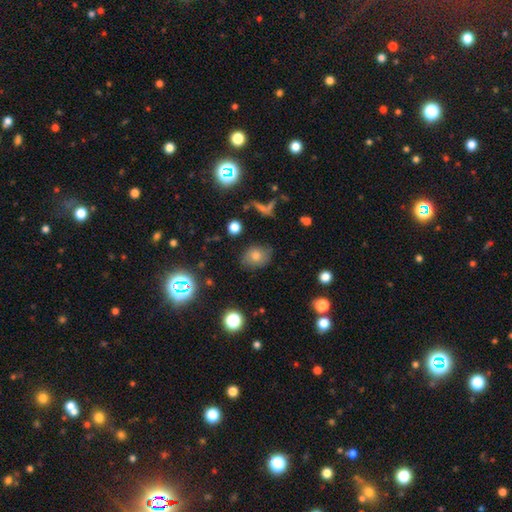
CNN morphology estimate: Smooth or featured? smooth (64%)
How rounded? round (52%)
Merging? none (77%)